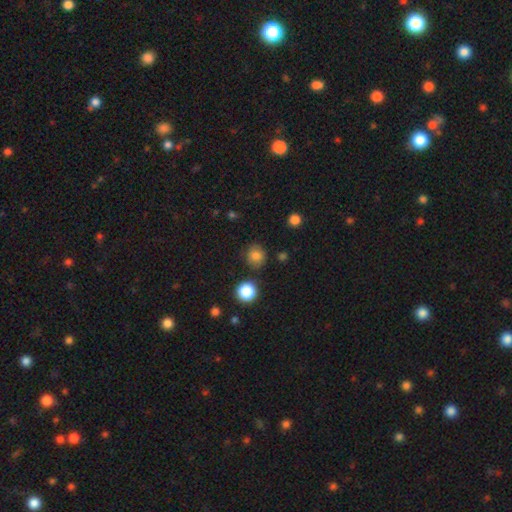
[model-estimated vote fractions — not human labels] This is clearly a smooth galaxy (81%). How rounded: clearly round (80%). Merging: likely none (78%).